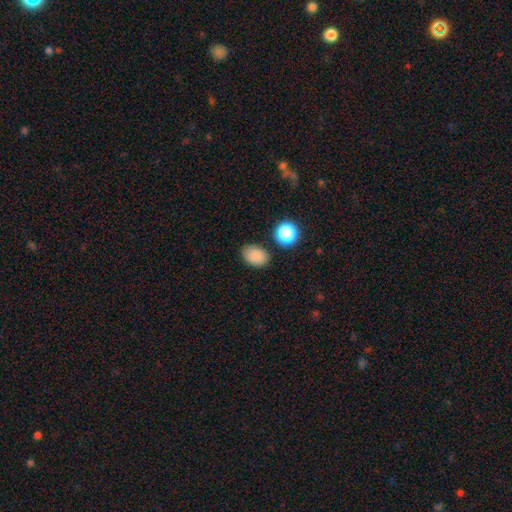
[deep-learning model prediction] Q: Smooth or featured?
A: smooth (85%); runner-up: star or artifact (11%)
Q: How rounded?
A: in between (76%); runner-up: round (23%)
Q: Merging?
A: none (82%); runner-up: minor disturbance (12%)